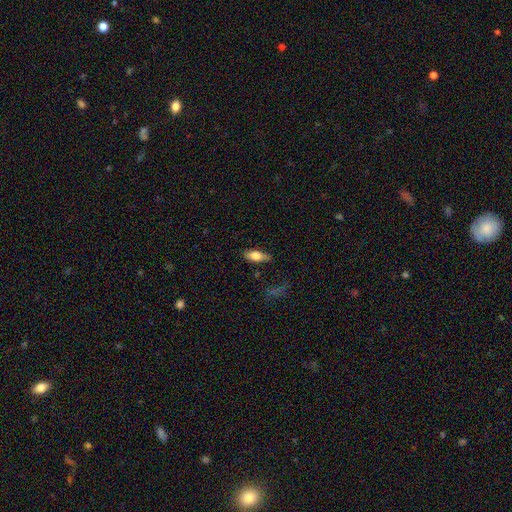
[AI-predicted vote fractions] Smooth or featured: smooth — 71% (featured or disk — 22%)
How rounded: in between — 75% (cigar-shaped — 22%)
Merging: none — 77% (minor disturbance — 16%)